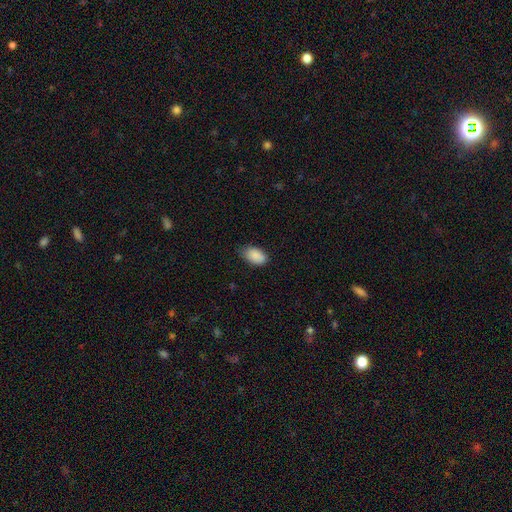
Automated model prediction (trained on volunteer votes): smooth 89%, star or artifact 7%, featured or disk 4%. Down the decision tree: how rounded — in between (93%); merging — none (68%).